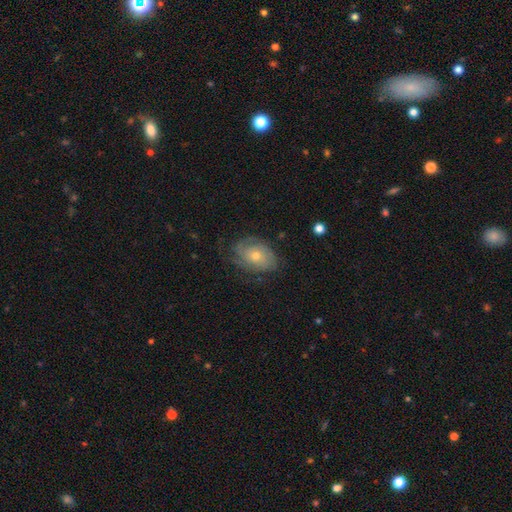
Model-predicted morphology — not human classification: Smooth or featured? Predicted: featured or disk (p=0.68). Edge-on disk? Predicted: no (p=0.96). Bar? Predicted: no (p=0.82). Spiral arms? Predicted: yes (p=0.86). Spiral winding? Predicted: tight (p=0.61). Spiral arm count? Predicted: can't tell (p=0.45). Bulge size? Predicted: moderate (p=0.52). Merging? Predicted: none (p=0.65).